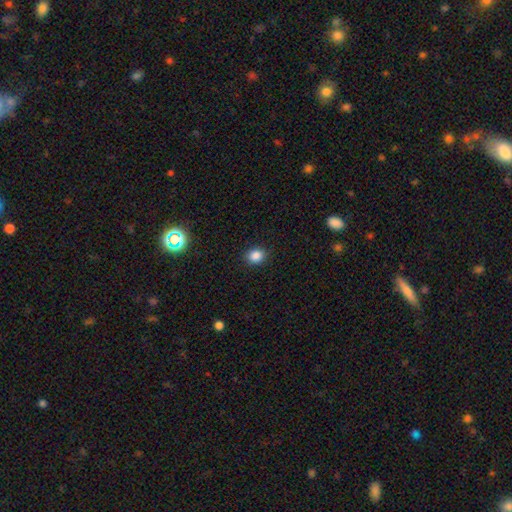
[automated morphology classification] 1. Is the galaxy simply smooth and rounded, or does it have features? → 86% smooth, 11% star or artifact, 3% featured or disk.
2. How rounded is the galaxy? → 64% round, 35% in between, 1% cigar-shaped.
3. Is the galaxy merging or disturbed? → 90% none, 7% minor disturbance, 2% major disturbance, 1% merger.